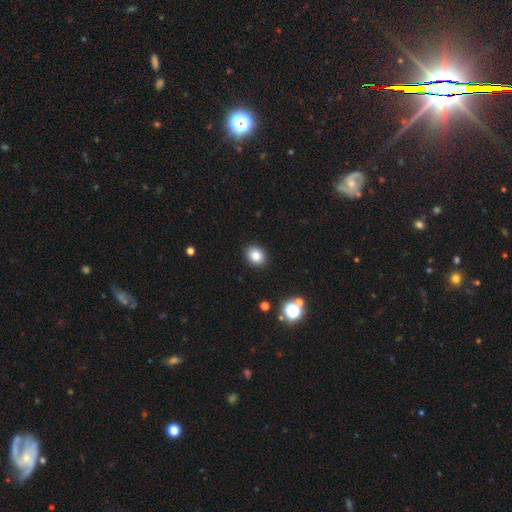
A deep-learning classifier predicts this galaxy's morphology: Q: Smooth or featured?
A: smooth (82%); runner-up: star or artifact (12%)
Q: How rounded?
A: round (67%); runner-up: in between (32%)
Q: Merging?
A: none (91%); runner-up: minor disturbance (6%)